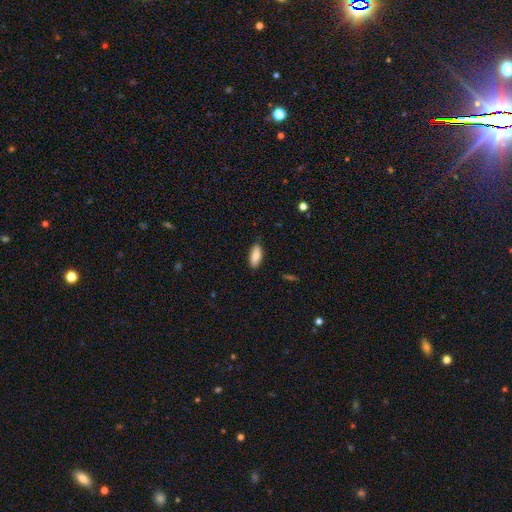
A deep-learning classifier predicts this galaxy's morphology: Smooth or featured? Predicted: smooth (p=0.87). How rounded? Predicted: in between (p=0.83). Merging? Predicted: none (p=0.84).